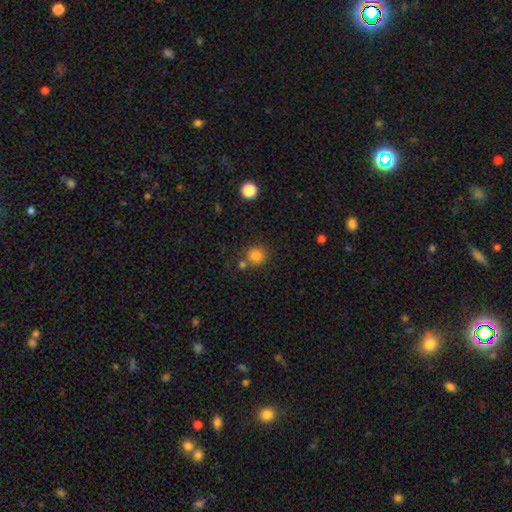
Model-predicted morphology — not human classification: Smooth or featured?
  - smooth: 83% *
  - star or artifact: 12%
  - featured or disk: 5%
How rounded?
  - round: 89% *
  - in between: 10%
  - cigar-shaped: 1%
Merging?
  - none: 70% *
  - merger: 17%
  - minor disturbance: 10%
  - major disturbance: 3%